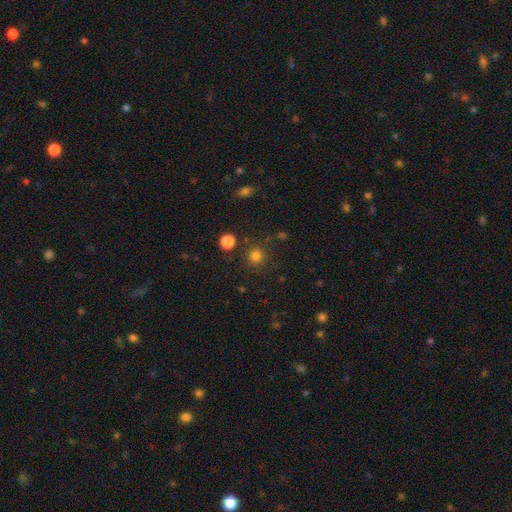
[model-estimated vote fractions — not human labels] smooth_or_featured: smooth (p=0.80) [alt: star or artifact p=0.15]
how_rounded: round (p=0.92) [alt: in between p=0.07]
merging: none (p=0.84) [alt: minor disturbance p=0.08]